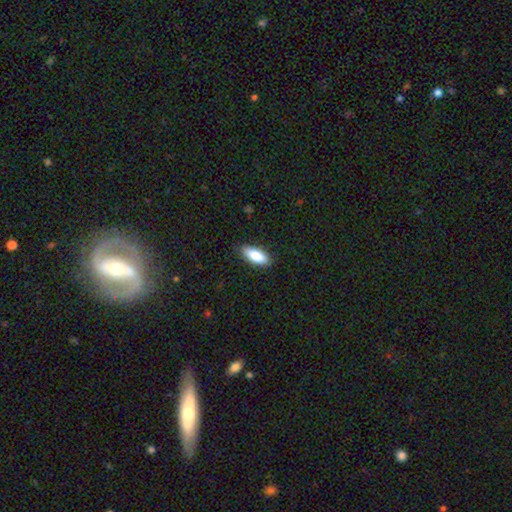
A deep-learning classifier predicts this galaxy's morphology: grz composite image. It shows a smooth galaxy with no disk features (85%) that is in between round and cigar-shaped (78%). Merging: none (87%).